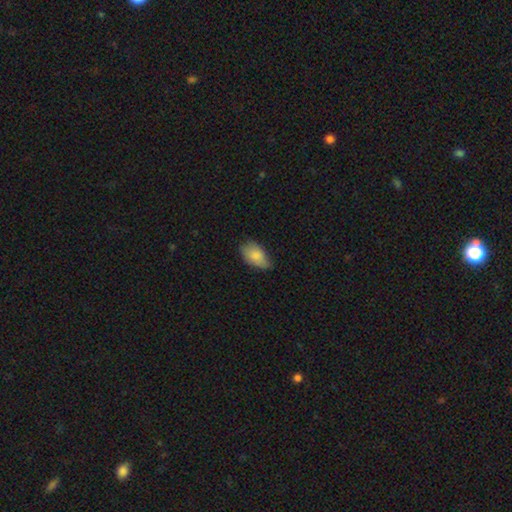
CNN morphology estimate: type=smooth (84%); roundness=in between (92%); merging=none (53%).